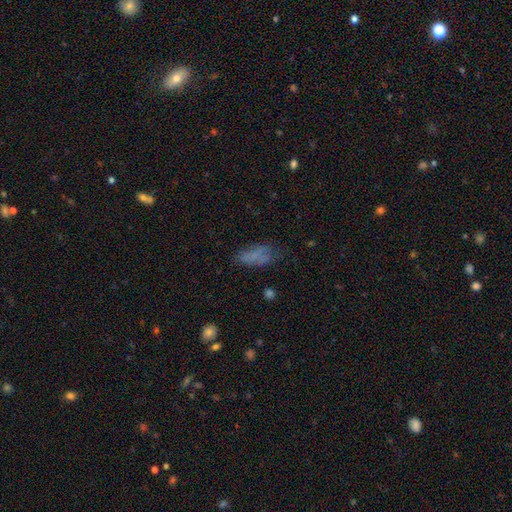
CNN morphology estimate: Smooth or featured?
  - smooth: 67% *
  - featured or disk: 18%
  - star or artifact: 15%
How rounded?
  - in between: 79% *
  - cigar-shaped: 17%
  - round: 4%
Merging?
  - none: 55% *
  - minor disturbance: 26%
  - major disturbance: 16%
  - merger: 3%